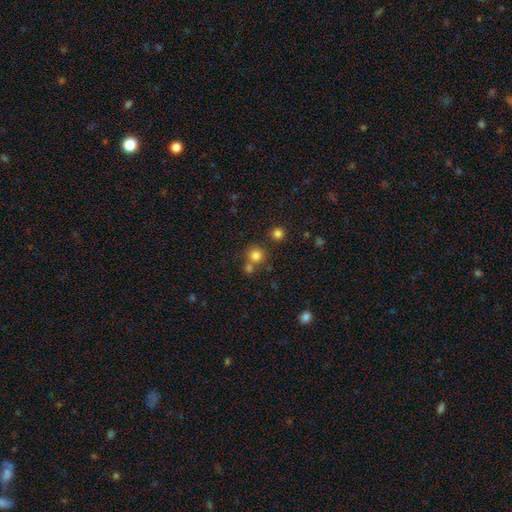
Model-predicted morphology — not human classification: Overall: smooth (79%). How rounded: round (92%). Merging: none (69%).